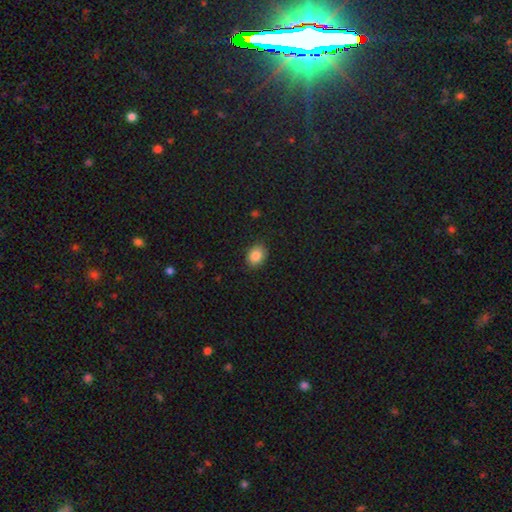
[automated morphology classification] Smooth or featured? smooth (87%)
How rounded? in between (63%)
Merging? none (88%)